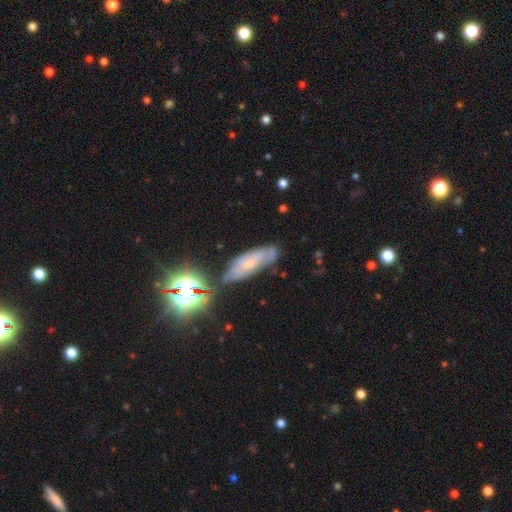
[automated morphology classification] smooth-or-featured: featured or disk: 43% | smooth: 32% | star or artifact: 25%
  merging: none: 65% | minor disturbance: 22% | major disturbance: 8% | merger: 5%